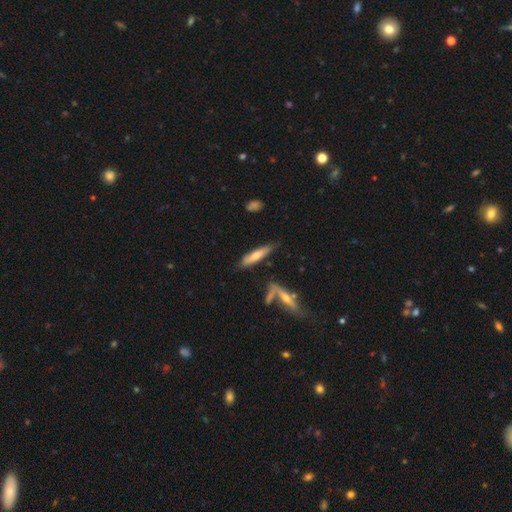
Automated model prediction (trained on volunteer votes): smooth 61%, featured or disk 33%, star or artifact 6%. Down the decision tree: how rounded — cigar-shaped (79%); merging — none (69%).